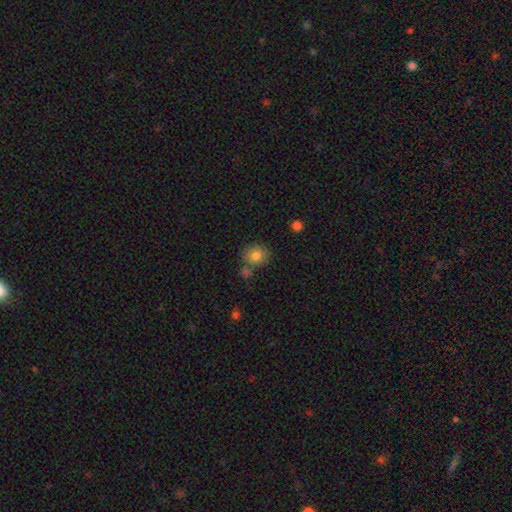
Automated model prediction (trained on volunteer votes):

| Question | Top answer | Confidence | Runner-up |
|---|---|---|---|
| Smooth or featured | smooth | 81% | featured or disk (9%) |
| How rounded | round | 80% | in between (19%) |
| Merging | none | 68% | merger (16%) |